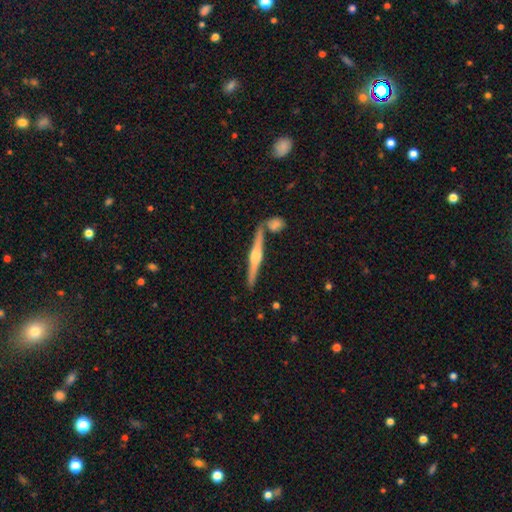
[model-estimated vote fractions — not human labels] The model was most divided on "smooth or featured": featured or disk: 77%, smooth: 17%, star or artifact: 5%. More confident: edge-on disk — yes (98%); edge-on bulge — rounded (85%); merging — none (79%).